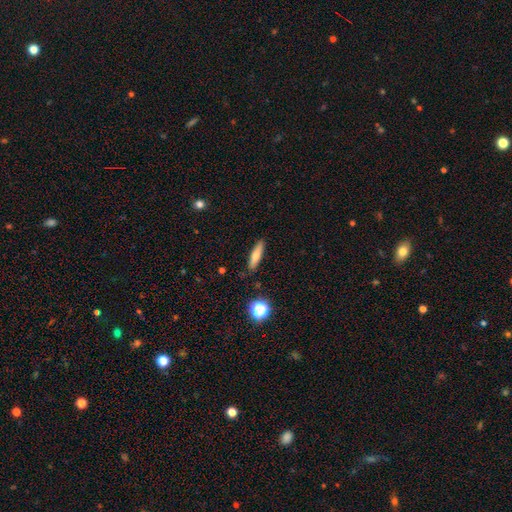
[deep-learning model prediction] Smooth or featured: smooth — 70% (featured or disk — 21%)
How rounded: cigar-shaped — 77% (in between — 20%)
Merging: none — 87% (minor disturbance — 9%)